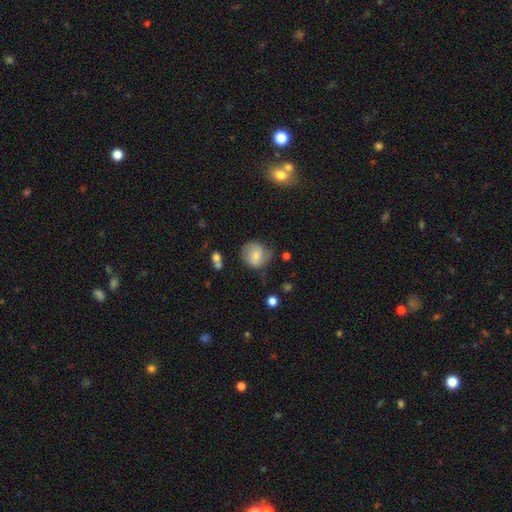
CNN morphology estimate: This is likely a smooth galaxy (65%). How rounded: likely round (78%). Merging: likely none (64%).